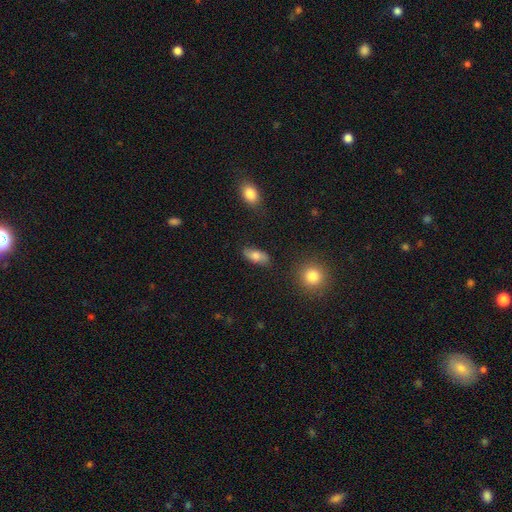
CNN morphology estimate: This is likely a smooth galaxy (71%). How rounded: clearly in between (84%). Merging: clearly none (82%).